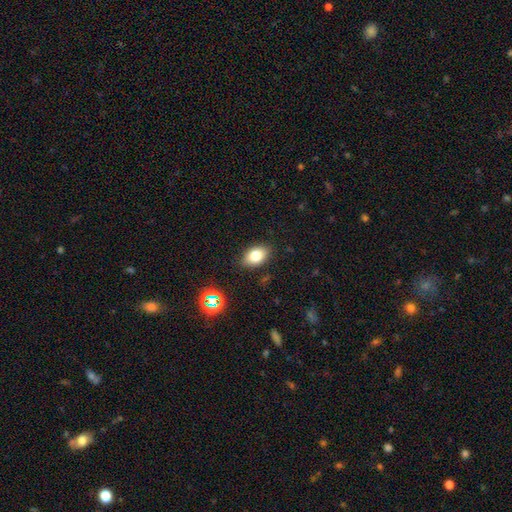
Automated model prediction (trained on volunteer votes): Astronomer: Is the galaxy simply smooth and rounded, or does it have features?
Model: smooth — 79%.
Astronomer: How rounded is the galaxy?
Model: in between — 85%.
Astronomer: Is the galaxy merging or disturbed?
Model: none — 85%.